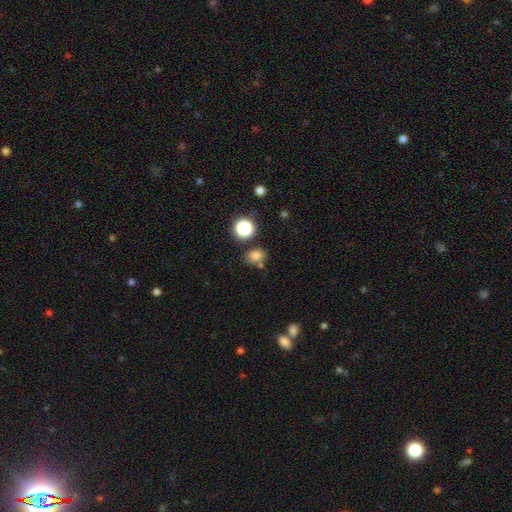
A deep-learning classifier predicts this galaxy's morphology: smooth-or-featured: smooth: 76% | star or artifact: 16% | featured or disk: 7%
  how-rounded: in between: 55% | round: 44% | cigar-shaped: 1%
  merging: none: 67% | merger: 14% | minor disturbance: 14% | major disturbance: 4%